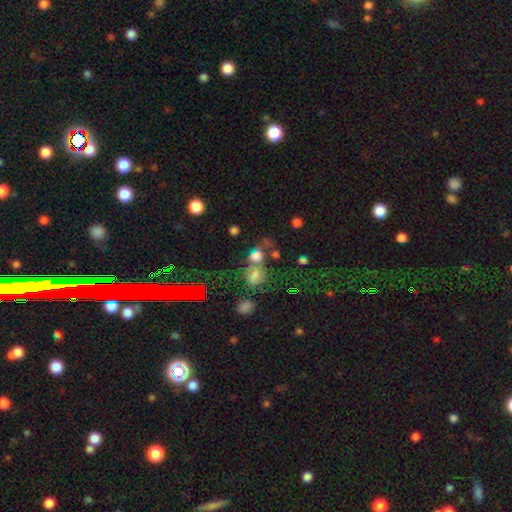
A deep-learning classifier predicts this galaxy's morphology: type=smooth (59%); roundness=round (61%); merging=merger (41%).